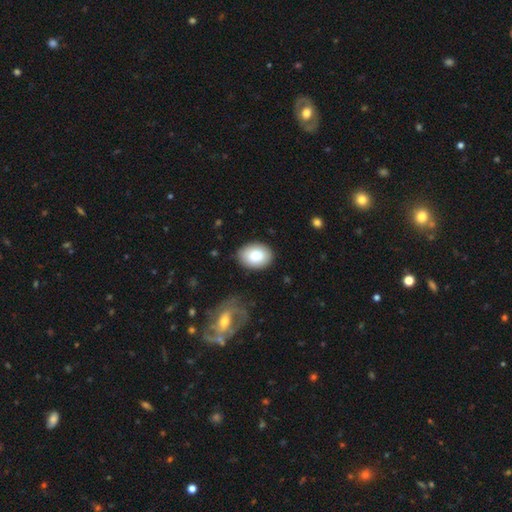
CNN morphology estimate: The model was most divided on "how rounded": in between: 77%, round: 22%, cigar-shaped: 1%. More confident: smooth or featured — smooth (85%); merging — none (83%).